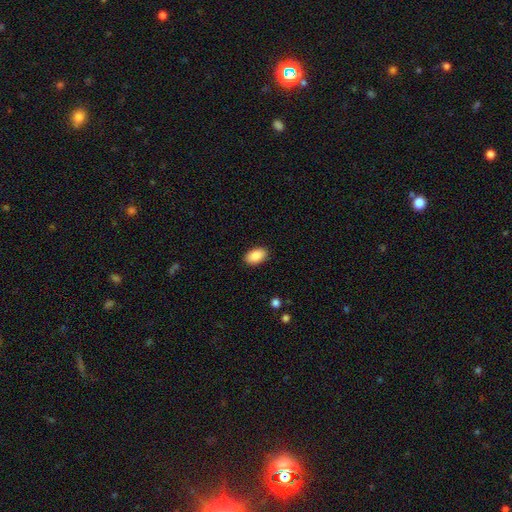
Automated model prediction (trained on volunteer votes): Smooth or featured?
  - smooth: 89% *
  - star or artifact: 7%
  - featured or disk: 4%
How rounded?
  - in between: 93% *
  - round: 6%
  - cigar-shaped: 1%
Merging?
  - none: 89% *
  - minor disturbance: 8%
  - major disturbance: 2%
  - merger: 1%